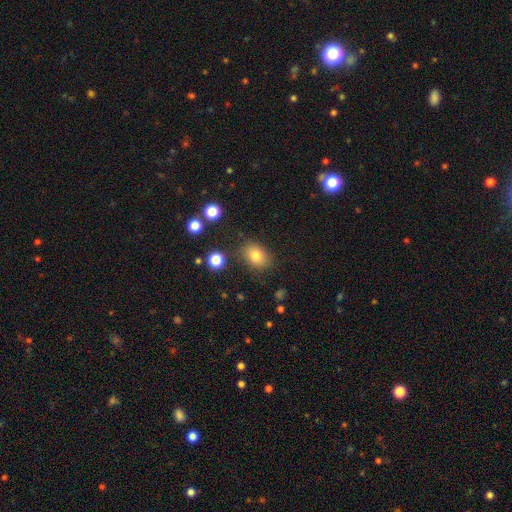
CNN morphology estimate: smooth_or_featured: smooth (p=0.79) [alt: star or artifact p=0.11]
how_rounded: in between (p=0.65) [alt: round p=0.34]
merging: none (p=0.80) [alt: minor disturbance p=0.13]